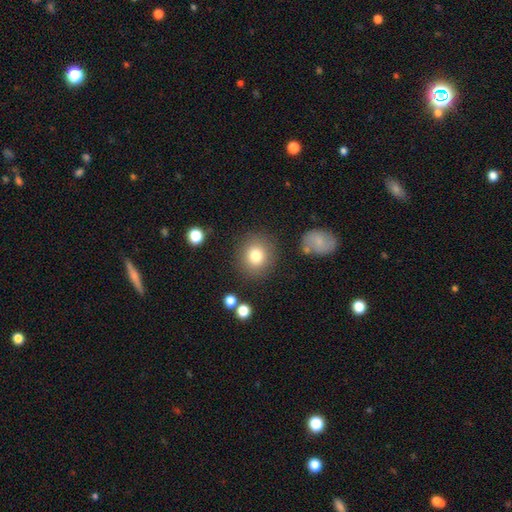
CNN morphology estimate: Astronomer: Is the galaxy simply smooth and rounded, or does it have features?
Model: smooth — 80%.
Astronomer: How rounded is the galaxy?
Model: round — 88%.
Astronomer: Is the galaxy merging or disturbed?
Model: none — 84%.